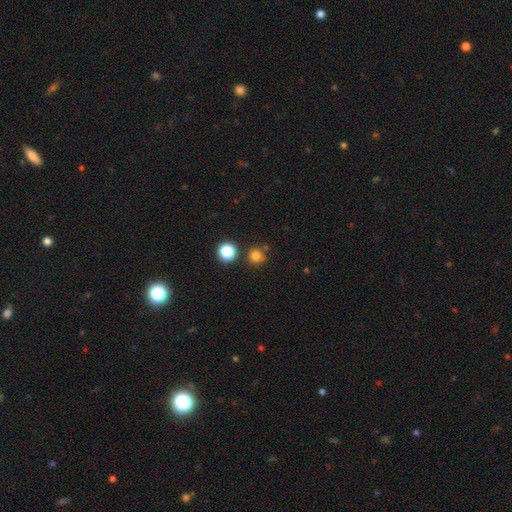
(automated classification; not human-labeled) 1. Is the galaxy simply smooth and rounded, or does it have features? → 79% smooth, 16% star or artifact, 5% featured or disk.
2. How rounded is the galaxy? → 93% round, 6% in between, 1% cigar-shaped.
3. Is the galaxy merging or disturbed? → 79% none, 9% minor disturbance, 9% merger, 3% major disturbance.